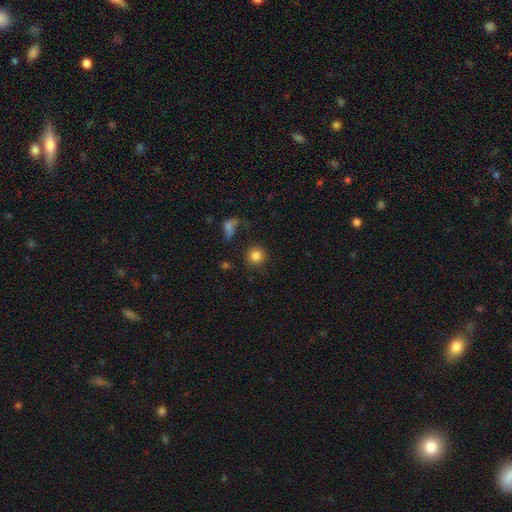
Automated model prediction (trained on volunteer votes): Smooth or featured? smooth (84%)
How rounded? round (92%)
Merging? none (84%)